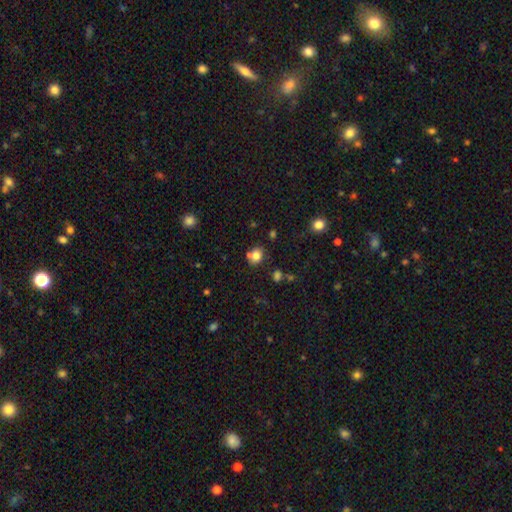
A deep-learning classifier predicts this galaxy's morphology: This appears to be a smooth galaxy with no disk features (78%) that is round (68%). Merging: none (64%).